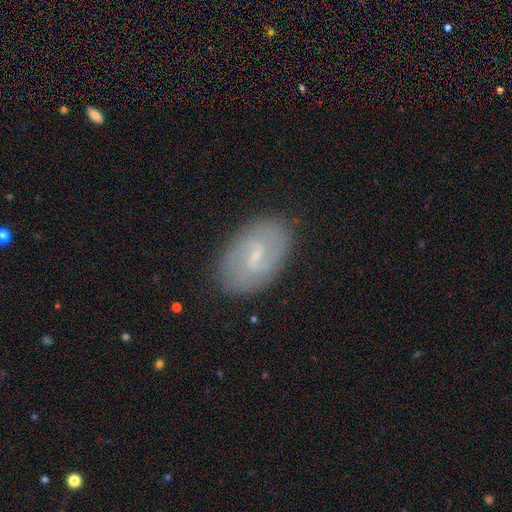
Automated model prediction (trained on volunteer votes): A featured or disk galaxy (74%) with a weak bar (64%), 2 (82%) medium (46%) spiral arms (87%) and a small central bulge (68%).

Vote fractions:
- Smooth or featured? featured or disk: 74% / smooth: 19% / star or artifact: 7%
- Edge-on disk? no: 96% / yes: 4%
- Bar? weak: 64% / strong: 18% / no: 18%
- Spiral arms? yes: 87% / no: 13%
- Spiral winding? medium: 46% / tight: 27% / loose: 27%
- Spiral arm count? 2: 82% / can't tell: 11% / 3: 2% / 1: 2% / 4: 1% / more than 4: 1%
- Bulge size? small: 68% / moderate: 19% / none: 11% / large: 1% / dominant: 1%
- Merging? none: 84% / minor disturbance: 12% / major disturbance: 3% / merger: 1%